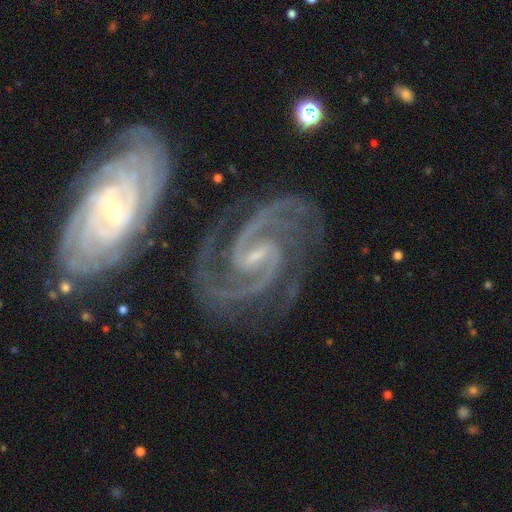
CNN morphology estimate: The model was most divided on "spiral winding": medium: 50%, tight: 40%, loose: 11%. Remaining: spiral arms — yes (99%); edge-on disk — no (97%); smooth or featured — featured or disk (92%); spiral arm count — 2 (88%); bulge size — small (74%); merging — none (67%); bar — weak (46%).